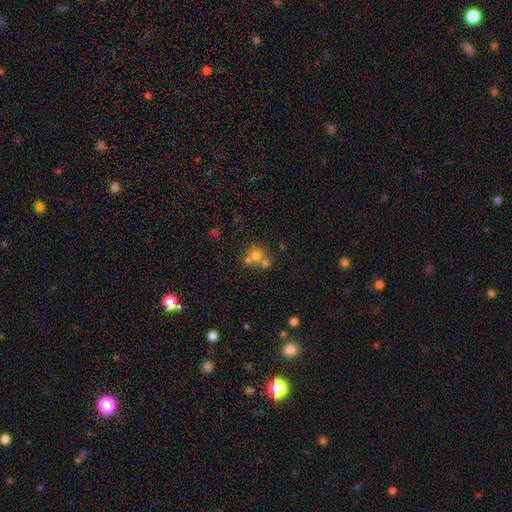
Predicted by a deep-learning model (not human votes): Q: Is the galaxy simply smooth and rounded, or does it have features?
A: smooth — 67%.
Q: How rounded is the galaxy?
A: round — 85%.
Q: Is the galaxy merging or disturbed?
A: merger — 46%.